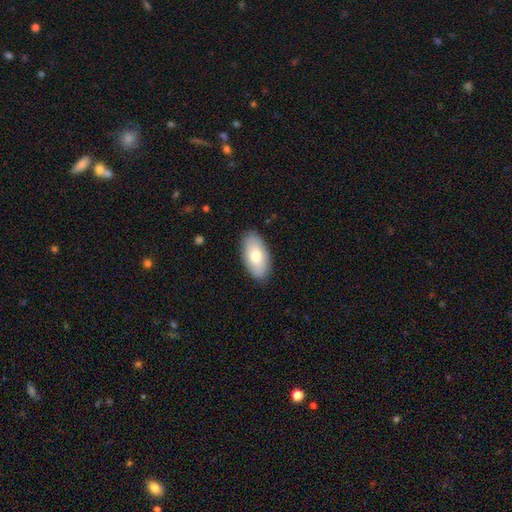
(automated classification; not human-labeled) Smooth or featured: smooth — 75% (featured or disk — 19%)
How rounded: in between — 95% (round — 3%)
Merging: none — 88% (minor disturbance — 9%)